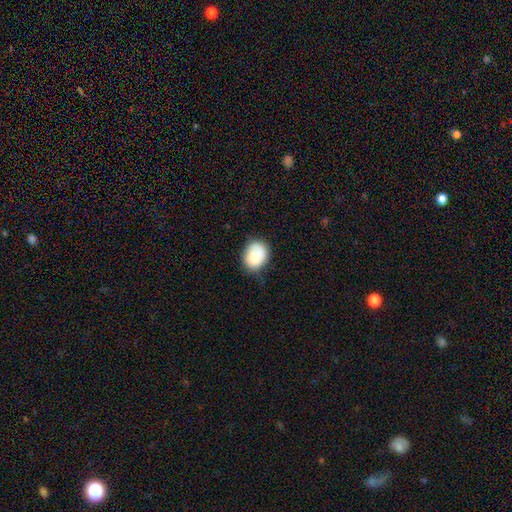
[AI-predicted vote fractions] smooth-or-featured: smooth: 80% | featured or disk: 13% | star or artifact: 7%
  how-rounded: round: 51% | in between: 49% | cigar-shaped: 1%
  merging: none: 67% | minor disturbance: 26% | major disturbance: 5% | merger: 2%